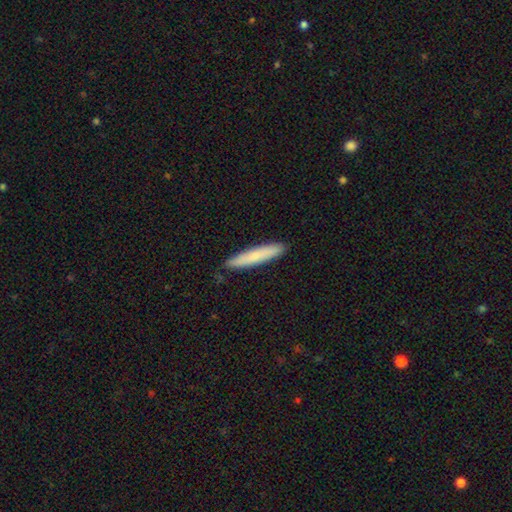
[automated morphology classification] This appears to be a smooth galaxy with no disk features (74%) that is cigar-shaped (91%). Merging: none (89%).